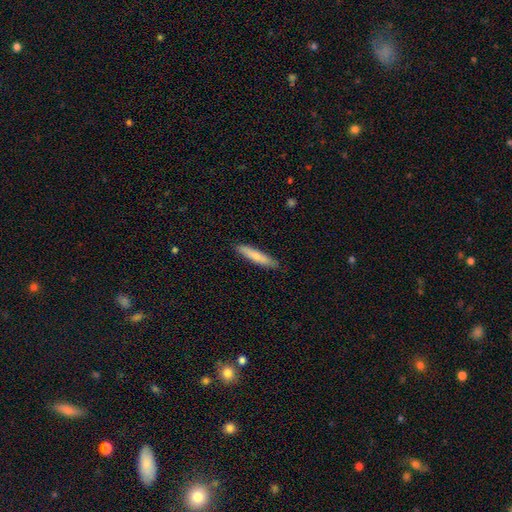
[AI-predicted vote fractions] Smooth or featured?
  - smooth: 75% *
  - featured or disk: 19%
  - star or artifact: 5%
How rounded?
  - cigar-shaped: 90% *
  - in between: 9%
  - round: 1%
Merging?
  - none: 89% *
  - minor disturbance: 9%
  - major disturbance: 2%
  - merger: 1%